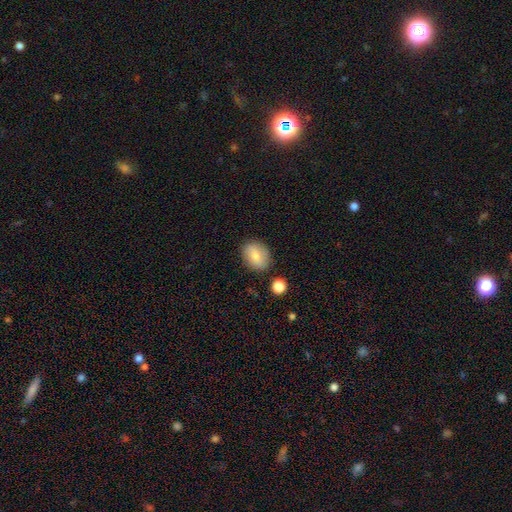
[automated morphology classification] The model was most divided on "how rounded": in between: 66%, round: 32%, cigar-shaped: 2%. More confident: merging — none (82%); smooth or featured — smooth (75%).